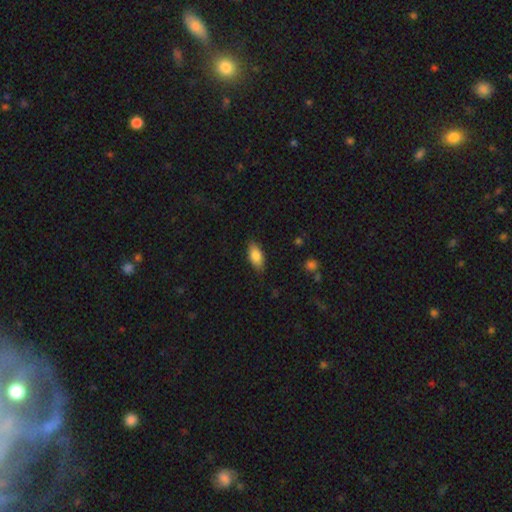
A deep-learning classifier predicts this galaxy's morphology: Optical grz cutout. It shows a smooth galaxy with no disk features (84%) that is in between round and cigar-shaped (88%). Merging: none (84%).